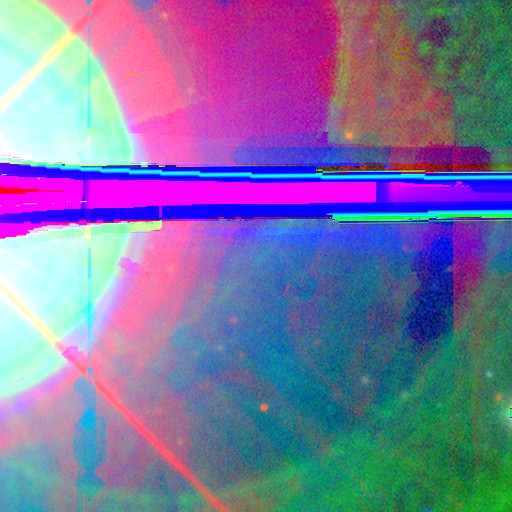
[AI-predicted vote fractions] This is clearly a star or artifact rather than a galaxy (86%).